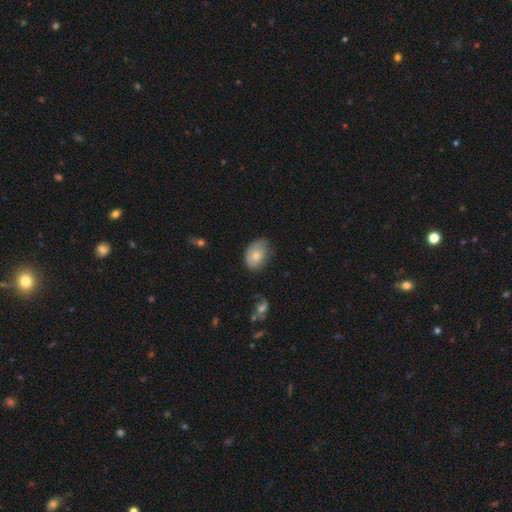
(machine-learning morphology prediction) smooth 74%, featured or disk 18%, star or artifact 7%. Down the decision tree: how rounded — in between (80%); merging — none (54%).